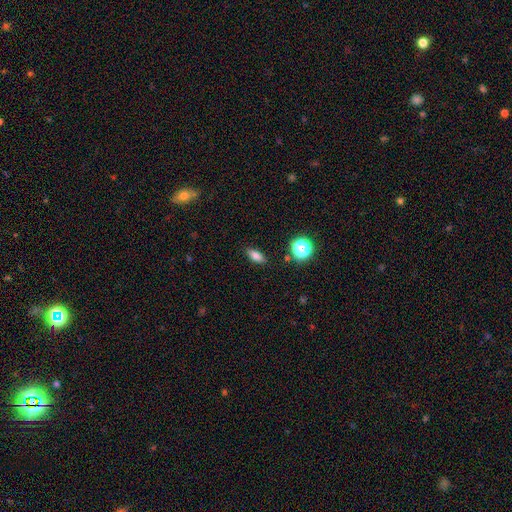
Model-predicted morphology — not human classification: A smooth galaxy with no disk features (78%) that is in between round and cigar-shaped (74%). Merging: none (87%).